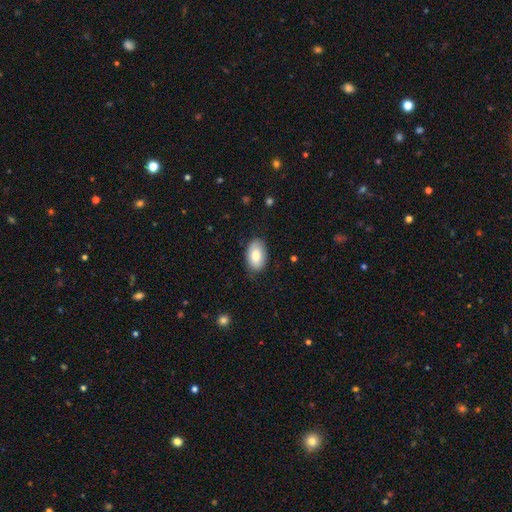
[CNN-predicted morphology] Smooth or featured: smooth — 81% (featured or disk — 12%)
How rounded: in between — 93% (round — 6%)
Merging: none — 83% (minor disturbance — 13%)